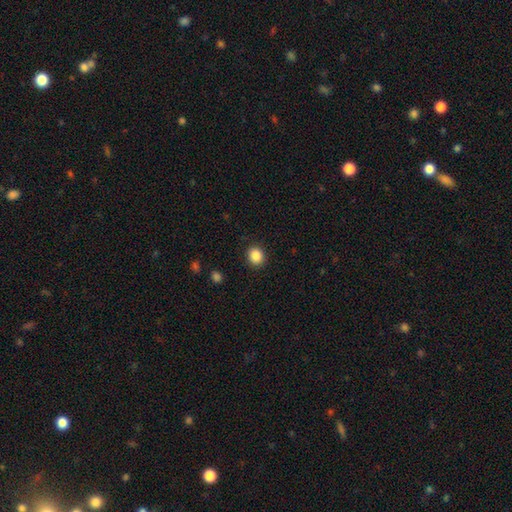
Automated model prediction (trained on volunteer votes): smooth-or-featured: smooth: 87% | star or artifact: 10% | featured or disk: 3%
  how-rounded: round: 78% | in between: 21% | cigar-shaped: 1%
  merging: none: 90% | minor disturbance: 6% | major disturbance: 2% | merger: 1%